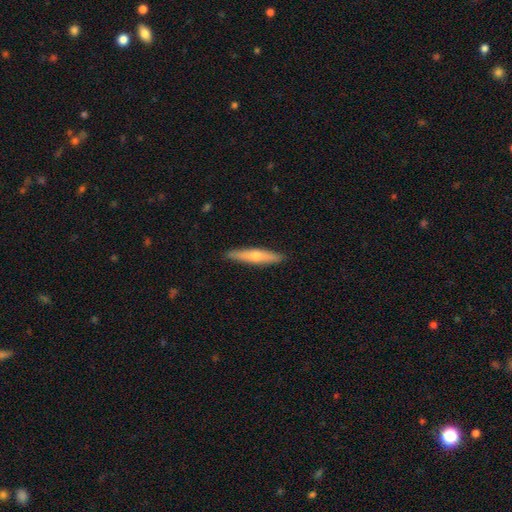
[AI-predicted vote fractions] Smooth or featured? smooth (51%)
How rounded? cigar-shaped (90%)
Merging? none (91%)